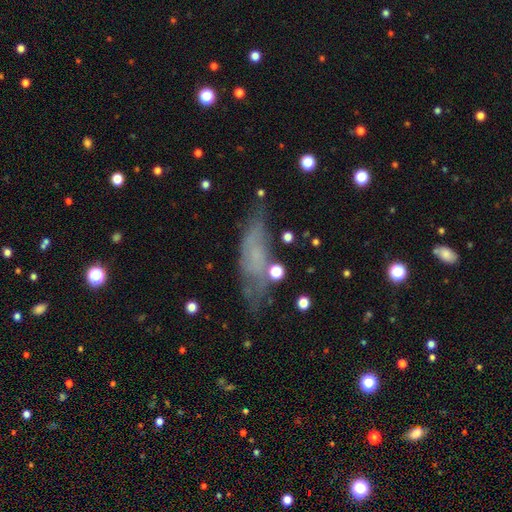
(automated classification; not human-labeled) A smooth galaxy with no disk features (46%). Merging: none (54%).